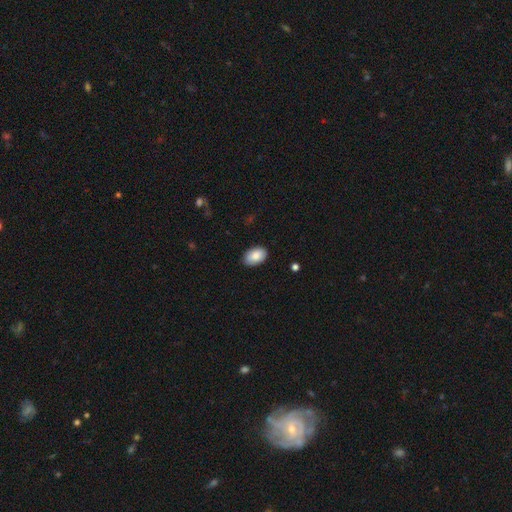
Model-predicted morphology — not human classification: Smooth or featured?
  - smooth: 87% *
  - featured or disk: 6%
  - star or artifact: 6%
How rounded?
  - in between: 92% *
  - round: 7%
  - cigar-shaped: 1%
Merging?
  - none: 87% *
  - minor disturbance: 10%
  - major disturbance: 2%
  - merger: 1%